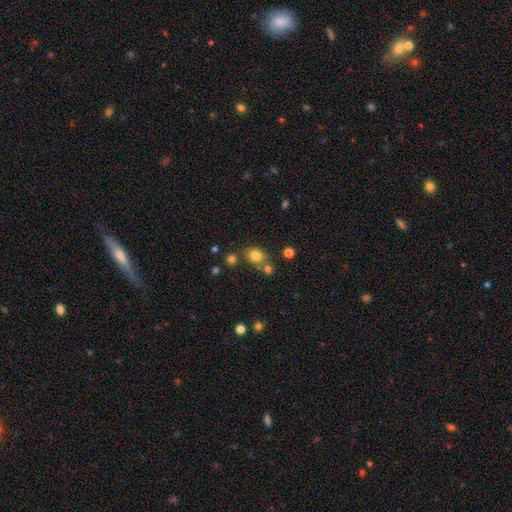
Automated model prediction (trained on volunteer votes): smooth_or_featured: smooth (p=0.79) [alt: star or artifact p=0.14]
how_rounded: round (p=0.69) [alt: in between p=0.30]
merging: none (p=0.68) [alt: merger p=0.17]